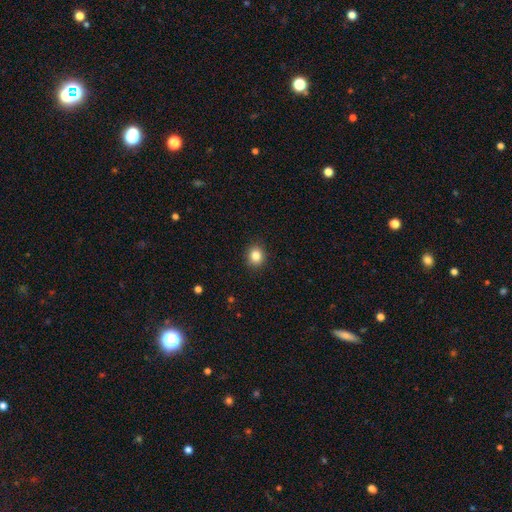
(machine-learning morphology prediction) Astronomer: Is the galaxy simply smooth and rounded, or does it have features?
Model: smooth — 84%.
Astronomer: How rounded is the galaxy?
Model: round — 74%.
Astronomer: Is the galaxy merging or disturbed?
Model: none — 90%.